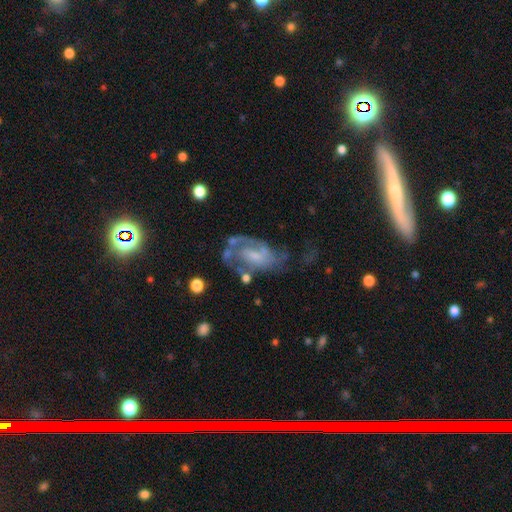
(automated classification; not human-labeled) Overall: featured or disk (77%). Edge-on disk: no (96%). Bar: no (51%; weak 40%). Spiral arms: yes (82%). Spiral arm count: 2 (42%; can't tell 27%). Spiral winding: medium (43%; tight 37%). Bulge size: small (46%; moderate 30%). Merging: none (41%; major disturbance 28%).